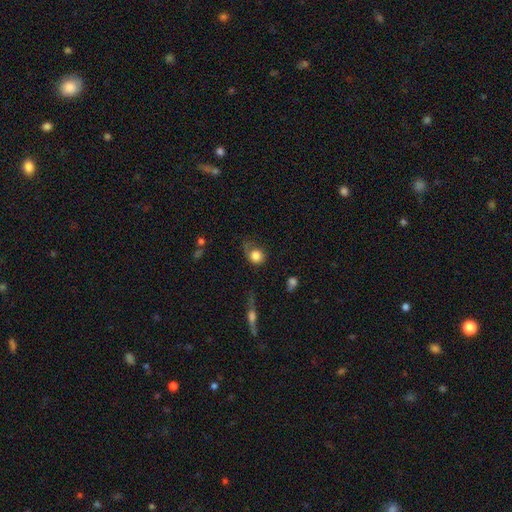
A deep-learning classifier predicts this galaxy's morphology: Q: Smooth or featured?
A: smooth (82%); runner-up: star or artifact (9%)
Q: How rounded?
A: round (79%); runner-up: in between (19%)
Q: Merging?
A: none (51%); runner-up: minor disturbance (29%)